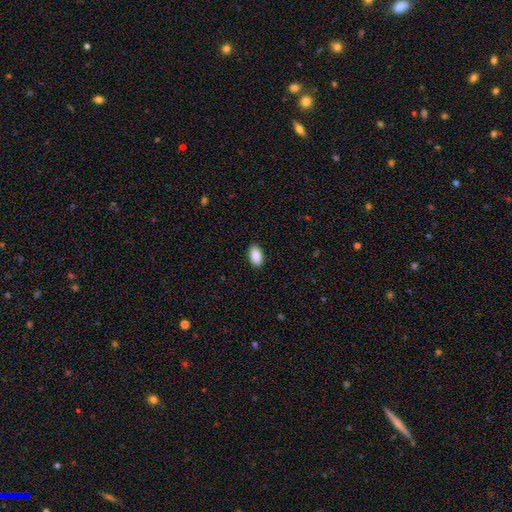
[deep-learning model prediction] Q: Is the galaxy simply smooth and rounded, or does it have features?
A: smooth — 90%.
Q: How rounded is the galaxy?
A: in between — 94%.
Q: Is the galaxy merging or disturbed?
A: none — 89%.